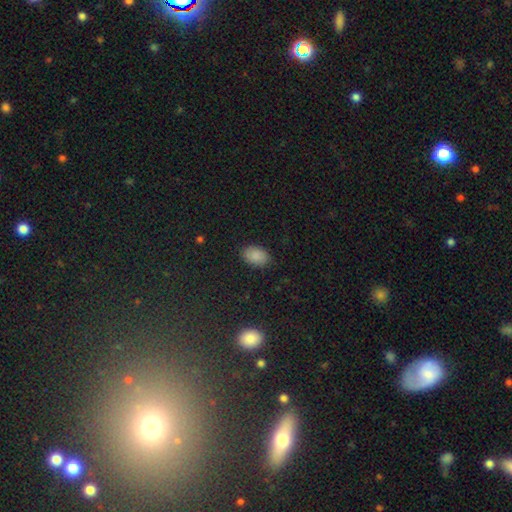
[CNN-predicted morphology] Smooth or featured: smooth — 86% (star or artifact — 9%)
How rounded: in between — 88% (round — 11%)
Merging: none — 85% (minor disturbance — 11%)